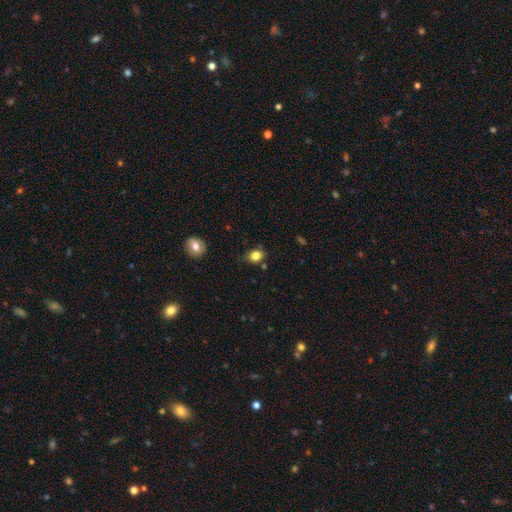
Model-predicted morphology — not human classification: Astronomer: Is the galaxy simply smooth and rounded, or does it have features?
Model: smooth — 82%.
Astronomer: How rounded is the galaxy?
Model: in between — 51% (runner-up: round, 47%).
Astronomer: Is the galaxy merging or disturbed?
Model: none — 75%.